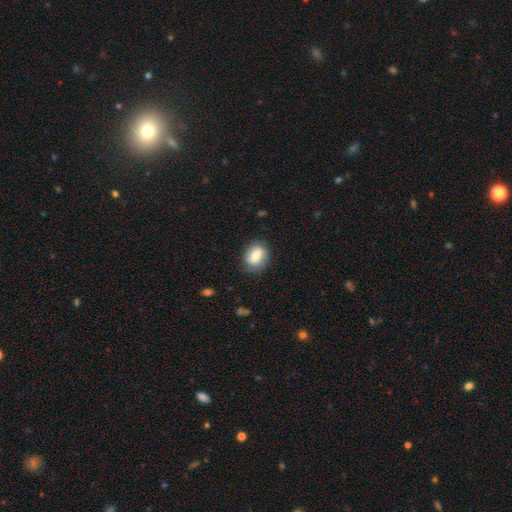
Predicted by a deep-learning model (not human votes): The model was most divided on "how rounded": in between: 59%, round: 38%, cigar-shaped: 2%. More confident: merging — none (80%); smooth or featured — smooth (70%).